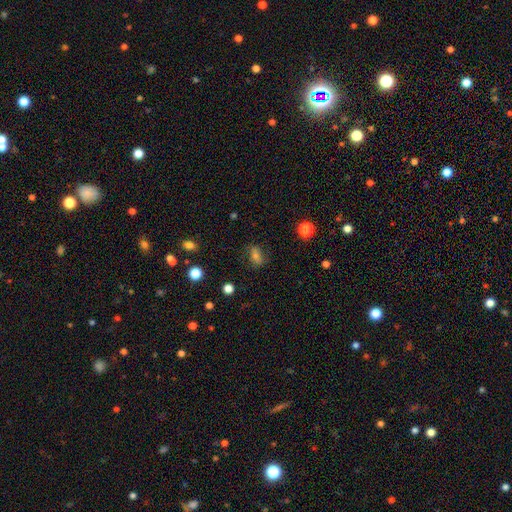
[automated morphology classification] smooth_or_featured: smooth (p=0.49) [alt: featured or disk p=0.30]
merging: none (p=0.71) [alt: minor disturbance p=0.17]